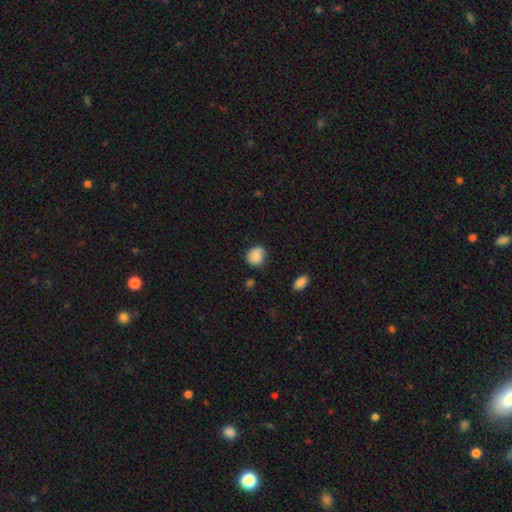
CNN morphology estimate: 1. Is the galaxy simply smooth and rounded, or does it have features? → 81% smooth, 10% featured or disk, 9% star or artifact.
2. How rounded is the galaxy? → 74% round, 25% in between, 1% cigar-shaped.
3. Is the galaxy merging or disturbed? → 69% none, 24% minor disturbance, 5% major disturbance, 2% merger.